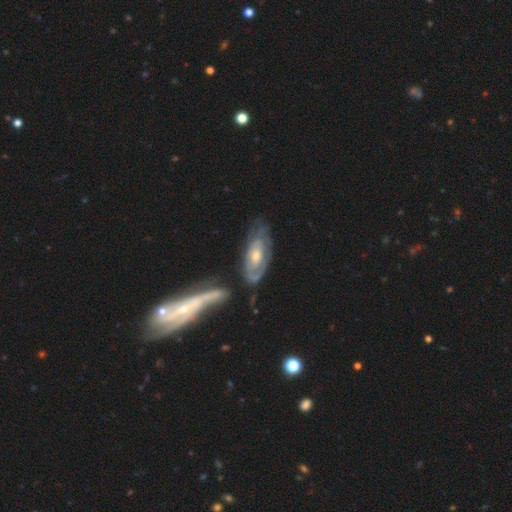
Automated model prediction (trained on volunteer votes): A featured or disk galaxy (72%) with no bar (71%), spiral arms (70%) and a moderate central bulge (56%).

Vote fractions:
- Smooth or featured? featured or disk: 72% / smooth: 22% / star or artifact: 6%
- Edge-on disk? no: 86% / yes: 14%
- Bar? no: 71% / weak: 23% / strong: 6%
- Spiral arms? yes: 70% / no: 30%
- Bulge size? moderate: 56% / small: 37% / large: 4% / none: 2% / dominant: 1%
- Merging? none: 51% / minor disturbance: 22% / merger: 15% / major disturbance: 13%